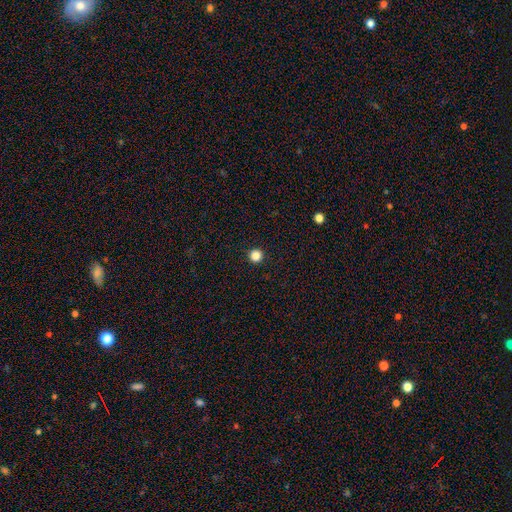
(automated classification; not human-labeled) A smooth galaxy with no disk features (85%) that is round (97%).

Vote fractions:
- Smooth or featured? smooth: 85% / star or artifact: 12% / featured or disk: 3%
- How rounded? round: 97% / in between: 2% / cigar-shaped: 1%
- Merging? none: 94% / minor disturbance: 3% / major disturbance: 1% / merger: 1%